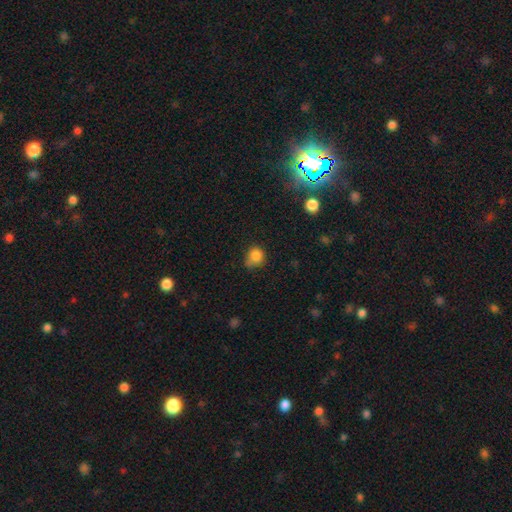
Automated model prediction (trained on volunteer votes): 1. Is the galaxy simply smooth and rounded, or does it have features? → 83% smooth, 11% star or artifact, 6% featured or disk.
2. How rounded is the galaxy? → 77% round, 22% in between, 1% cigar-shaped.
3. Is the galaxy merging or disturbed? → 55% none, 32% minor disturbance, 8% major disturbance, 5% merger.